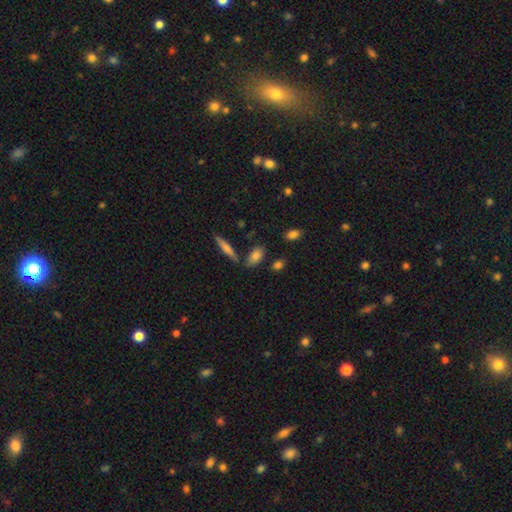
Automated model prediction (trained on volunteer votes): Morphology: type=smooth (80%); roundness=in between (84%); merging=none (75%).